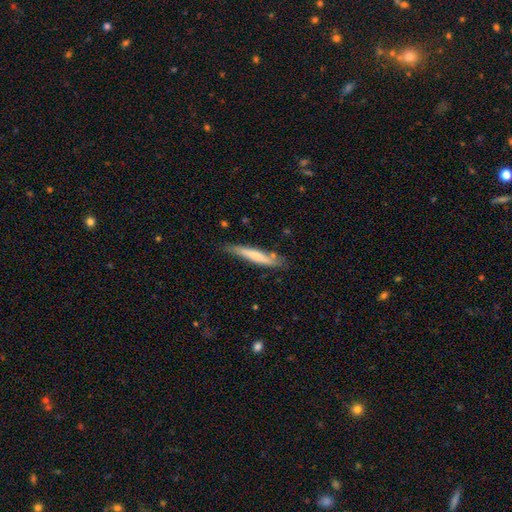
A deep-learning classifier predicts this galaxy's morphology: Smooth or featured? smooth (60%)
How rounded? cigar-shaped (93%)
Merging? none (70%)